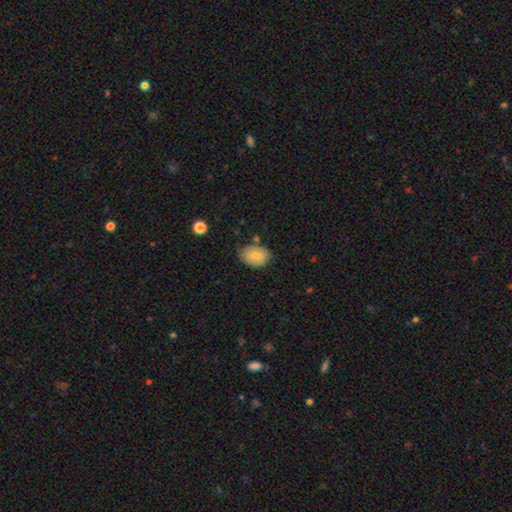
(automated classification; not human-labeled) Overall: smooth (73%). How rounded: in between (79%). Merging: none (68%).